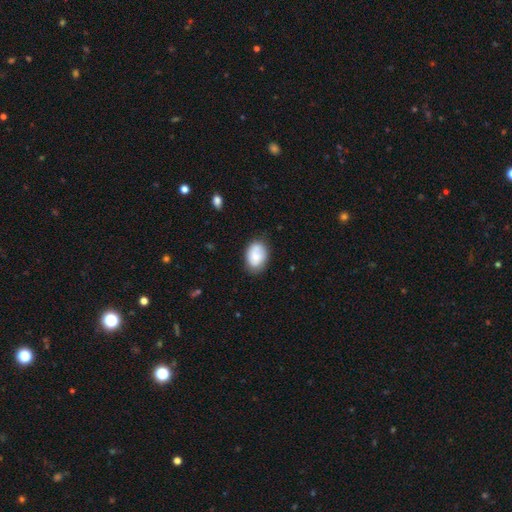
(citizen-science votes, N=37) A smooth galaxy with no disk features (86%) that is in between round and cigar-shaped (78%). Merging: none (76%).